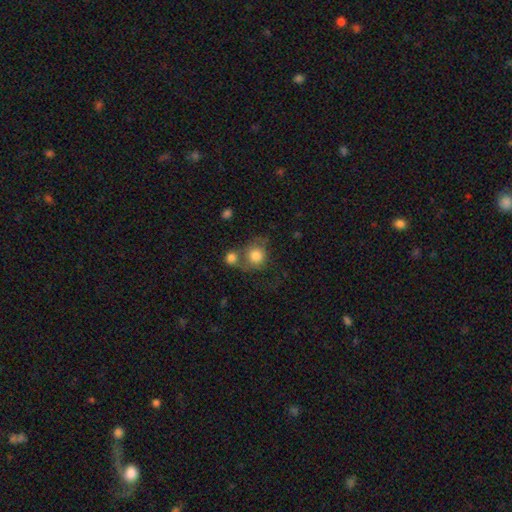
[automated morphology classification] Smooth or featured?
  - smooth: 77% *
  - featured or disk: 15%
  - star or artifact: 8%
How rounded?
  - round: 85% *
  - in between: 14%
  - cigar-shaped: 1%
Merging?
  - merger: 44% *
  - none: 33%
  - minor disturbance: 13%
  - major disturbance: 10%